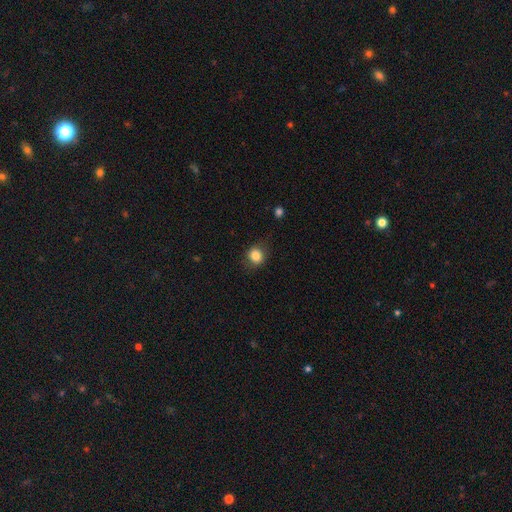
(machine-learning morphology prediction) smooth 83%, star or artifact 10%, featured or disk 7%. Down the decision tree: how rounded — round (79%); merging — none (78%).